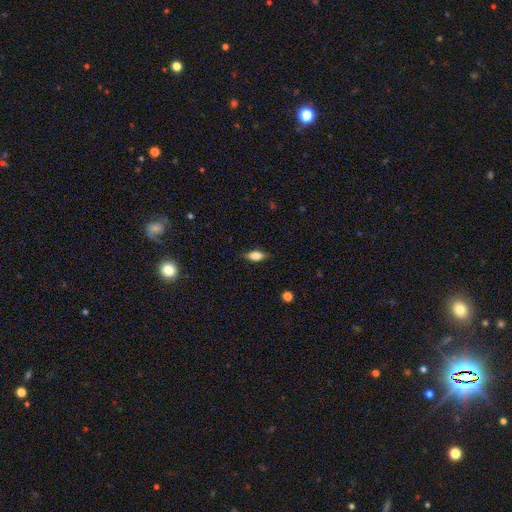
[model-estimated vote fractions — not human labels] Morphology: type=smooth (78%); roundness=in between (84%); merging=none (82%).